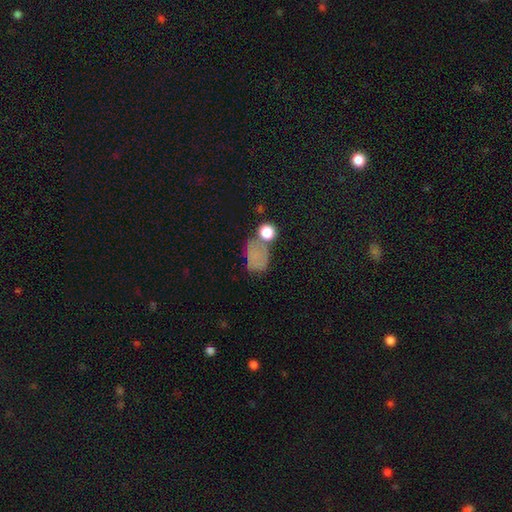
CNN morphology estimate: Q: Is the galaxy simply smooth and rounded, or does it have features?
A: smooth — 60%.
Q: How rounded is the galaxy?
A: in between — 63%.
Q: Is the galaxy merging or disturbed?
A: none — 44%.